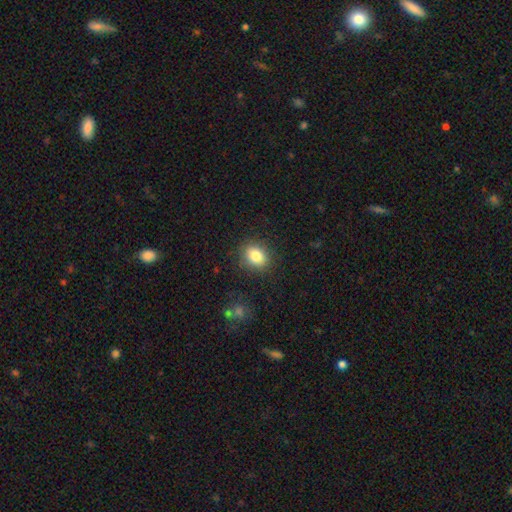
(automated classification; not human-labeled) A smooth galaxy with no disk features (83%) that is in between round and cigar-shaped (58%).

Vote fractions:
- Smooth or featured? smooth: 83% / star or artifact: 10% / featured or disk: 7%
- How rounded? in between: 58% / round: 41% / cigar-shaped: 1%
- Merging? none: 86% / minor disturbance: 10% / major disturbance: 3% / merger: 1%